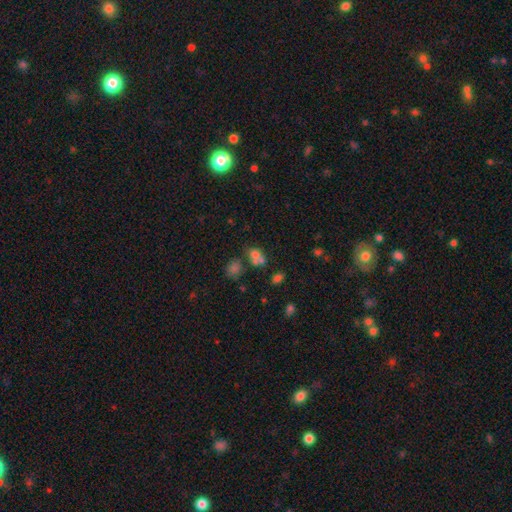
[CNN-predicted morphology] This is likely a smooth galaxy (67%). How rounded: possibly round (58%). Merging: possibly merger (46%).